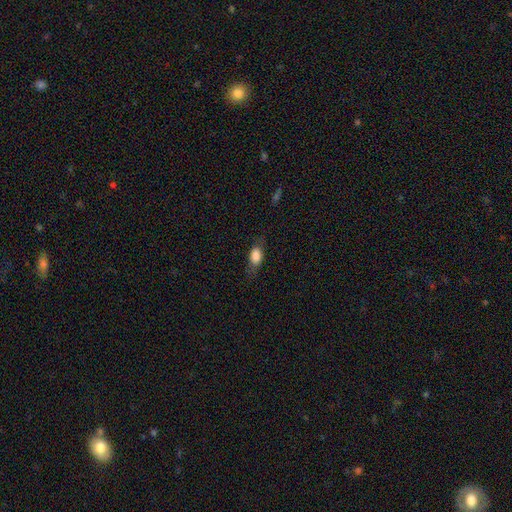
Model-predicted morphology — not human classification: Smooth or featured? Predicted: smooth (p=0.80). How rounded? Predicted: in between (p=0.82). Merging? Predicted: none (p=0.68).